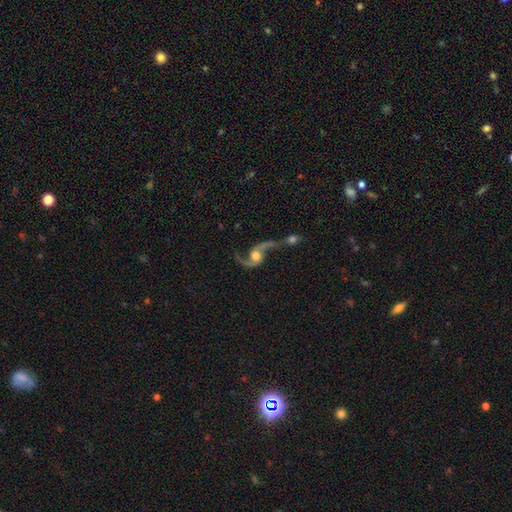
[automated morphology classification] smooth_or_featured: featured or disk (p=0.85) [alt: smooth p=0.08]
disk_edge_on: no (p=0.96) [alt: yes p=0.04]
bar: no (p=0.65) [alt: weak p=0.27]
has_spiral_arms: yes (p=0.94) [alt: no p=0.06]
spiral_winding: loose (p=0.80) [alt: medium p=0.16]
spiral_arm_count: 2 (p=0.89) [alt: 1 p=0.06]
bulge_size: moderate (p=0.57) [alt: large p=0.26]
merging: merger (p=0.52) [alt: none p=0.25]